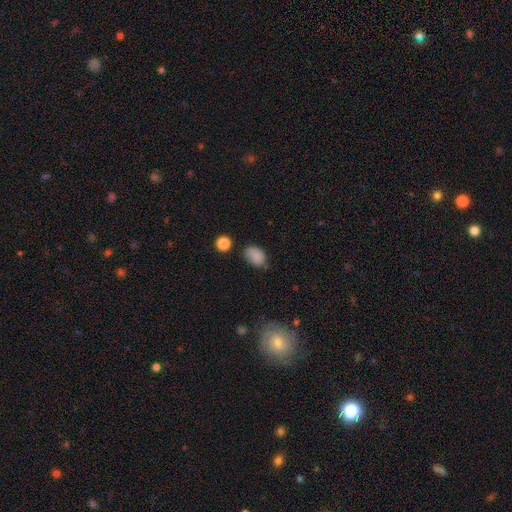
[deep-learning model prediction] smooth-or-featured: smooth: 83% | star or artifact: 10% | featured or disk: 6%
  how-rounded: in between: 81% | round: 18% | cigar-shaped: 1%
  merging: none: 64% | minor disturbance: 26% | major disturbance: 6% | merger: 4%